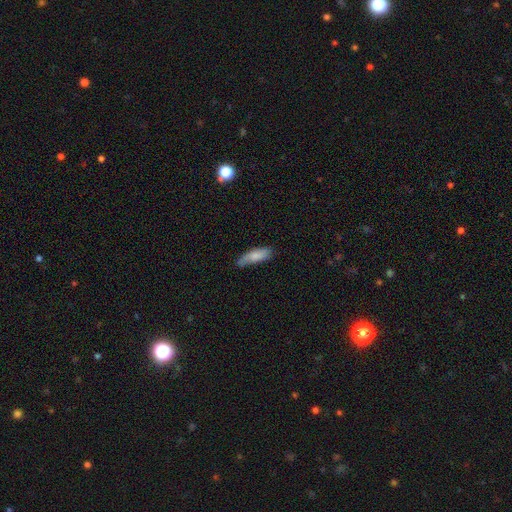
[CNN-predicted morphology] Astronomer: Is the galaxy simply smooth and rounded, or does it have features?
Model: smooth — 79%.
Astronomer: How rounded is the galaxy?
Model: in between — 51% (runner-up: cigar-shaped, 47%).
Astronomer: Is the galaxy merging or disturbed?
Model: none — 60%.